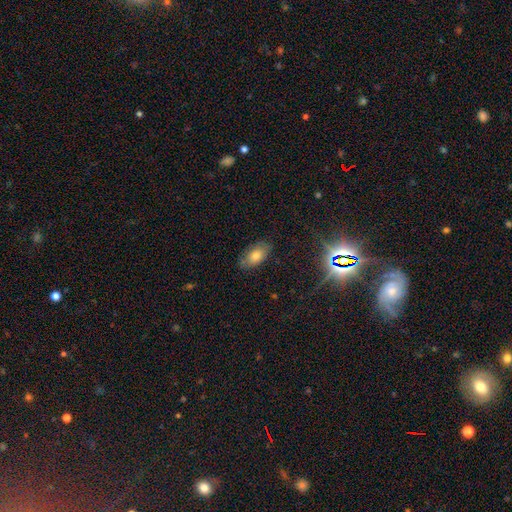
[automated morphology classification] smooth_or_featured: smooth (p=0.69) [alt: featured or disk p=0.16]
how_rounded: in between (p=0.91) [alt: round p=0.06]
merging: none (p=0.78) [alt: minor disturbance p=0.17]